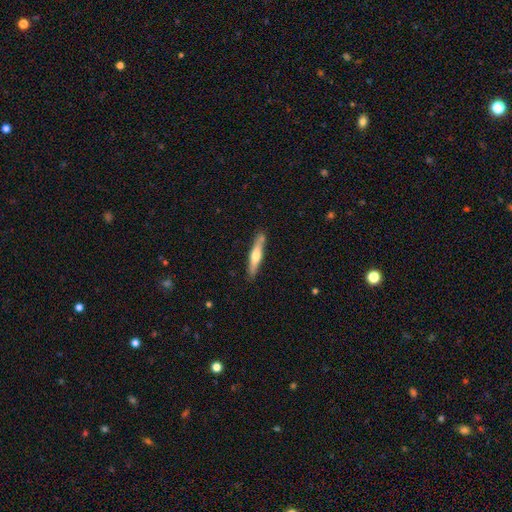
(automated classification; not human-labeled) Overall: featured or disk (48%; smooth 47%). Merging: none (83%).